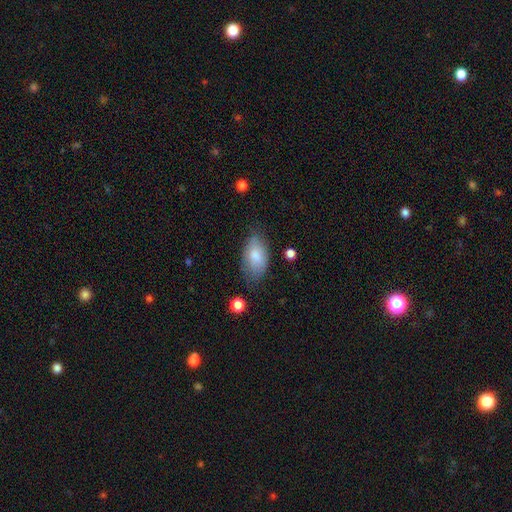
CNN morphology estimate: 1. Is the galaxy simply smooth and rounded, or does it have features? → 80% smooth, 14% featured or disk, 7% star or artifact.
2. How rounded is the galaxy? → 93% in between, 4% round, 3% cigar-shaped.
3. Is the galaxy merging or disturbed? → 65% none, 26% minor disturbance, 7% major disturbance, 2% merger.